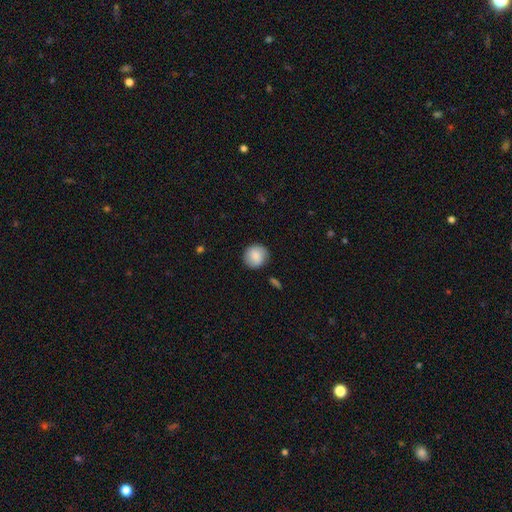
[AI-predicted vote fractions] smooth-or-featured: smooth: 85% | featured or disk: 8% | star or artifact: 7%
  how-rounded: round: 91% | in between: 8% | cigar-shaped: 1%
  merging: none: 86% | minor disturbance: 10% | major disturbance: 3% | merger: 1%